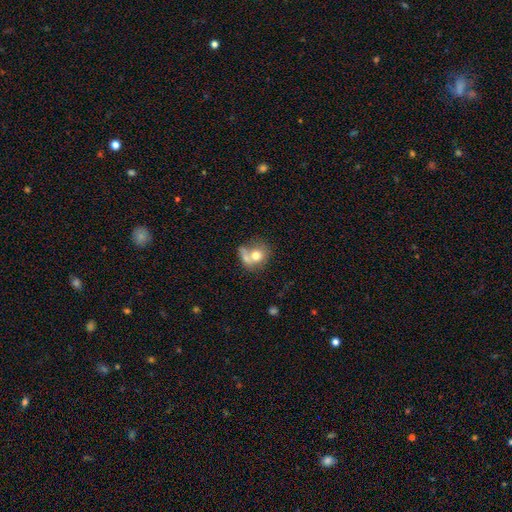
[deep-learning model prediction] smooth 70%, featured or disk 21%, star or artifact 9%. Down the decision tree: how rounded — round (69%); merging — merger (47%).